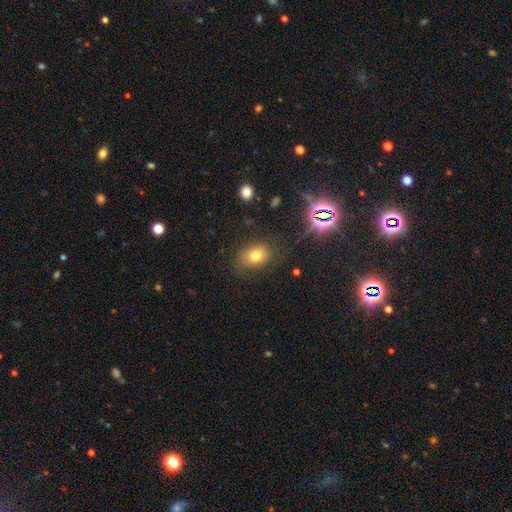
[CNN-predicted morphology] A smooth galaxy with no disk features (72%) that is in between round and cigar-shaped (63%). Merging: none (73%).